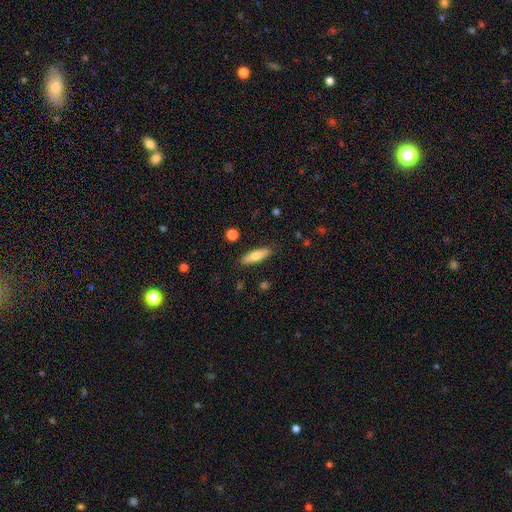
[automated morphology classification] A smooth galaxy with no disk features (68%) that is cigar-shaped (55%). Merging: none (87%).